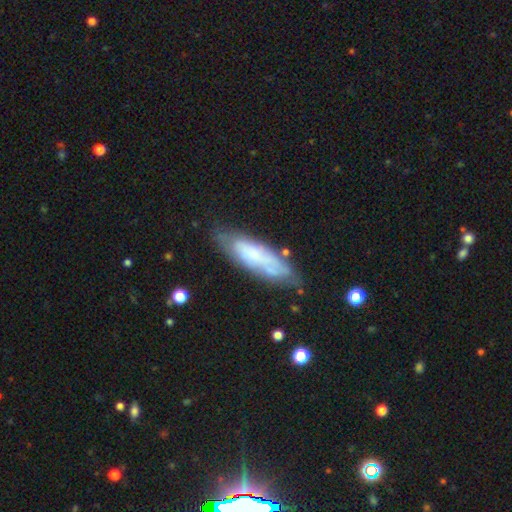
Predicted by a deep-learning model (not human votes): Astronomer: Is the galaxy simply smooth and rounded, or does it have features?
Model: smooth — 51% (runner-up: featured or disk, 41%).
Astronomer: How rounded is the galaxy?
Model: cigar-shaped — 49%, tied with in between at 49%.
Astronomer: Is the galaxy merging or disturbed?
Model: none — 67%.